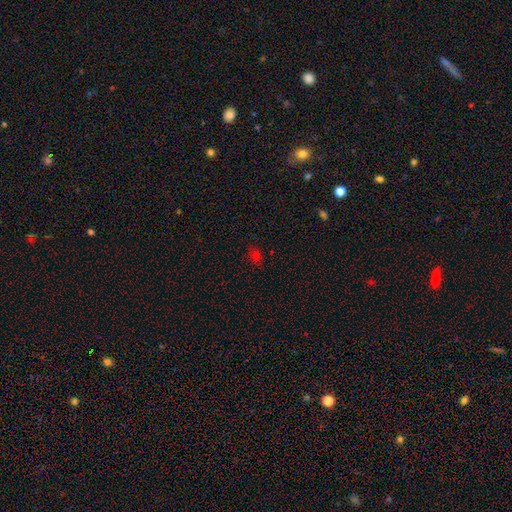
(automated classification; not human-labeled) Smooth or featured: smooth — 60% (star or artifact — 33%)
How rounded: in between — 58% (round — 40%)
Merging: none — 82% (minor disturbance — 12%)